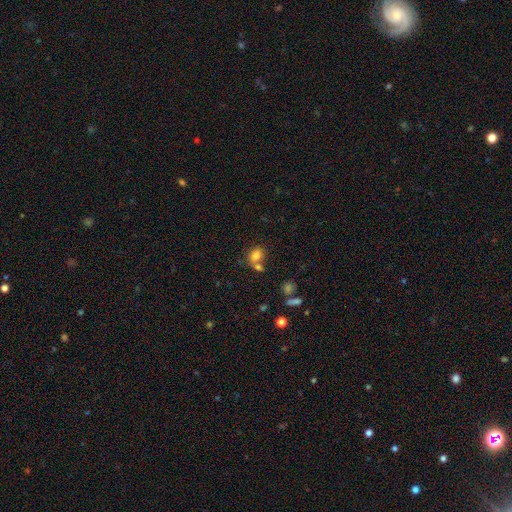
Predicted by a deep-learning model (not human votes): Smooth or featured? Predicted: smooth (p=0.79). How rounded? Predicted: in between (p=0.70). Merging? Predicted: none (p=0.47).